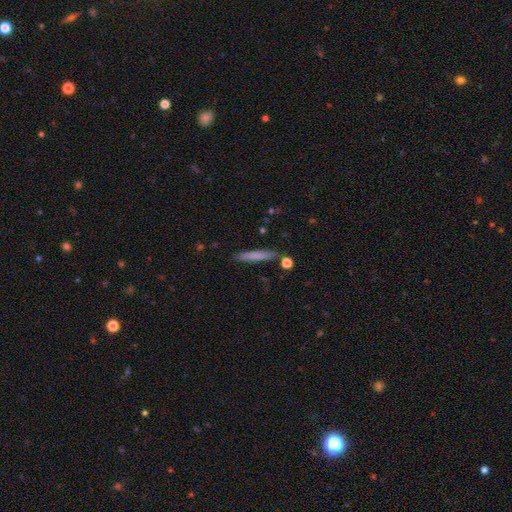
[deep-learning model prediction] Smooth or featured? smooth (72%)
How rounded? cigar-shaped (95%)
Merging? none (86%)